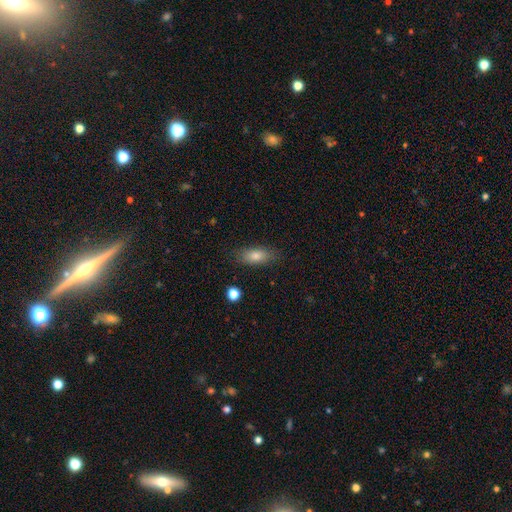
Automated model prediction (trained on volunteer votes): Smooth or featured? Predicted: smooth (p=0.78). How rounded? Predicted: in between (p=0.77). Merging? Predicted: none (p=0.84).